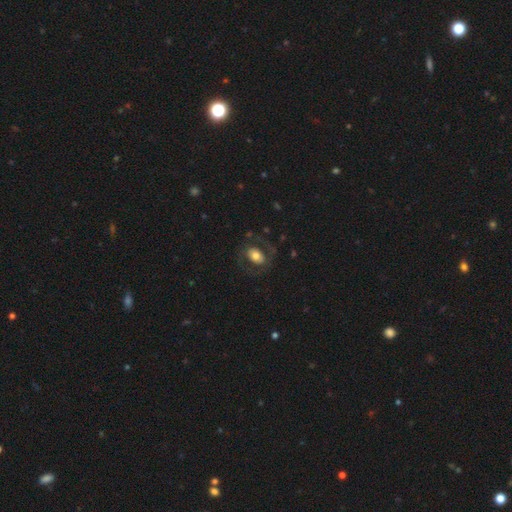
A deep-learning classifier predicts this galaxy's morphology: Smooth or featured: smooth — 59% (featured or disk — 34%)
How rounded: in between — 79% (round — 20%)
Merging: none — 71% (major disturbance — 14%)